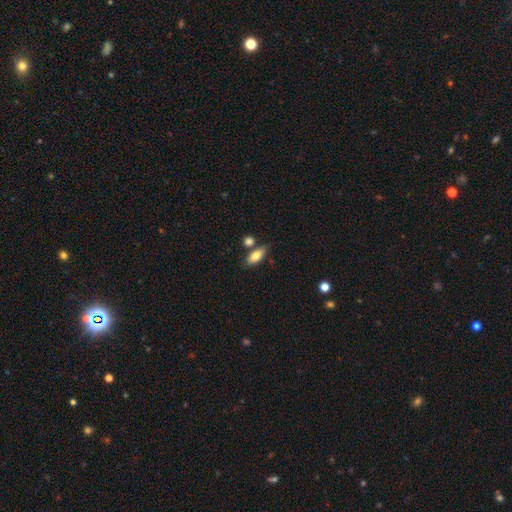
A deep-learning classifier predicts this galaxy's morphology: A smooth galaxy with no disk features (81%) that is in between round and cigar-shaped (83%). Merging: none (68%).